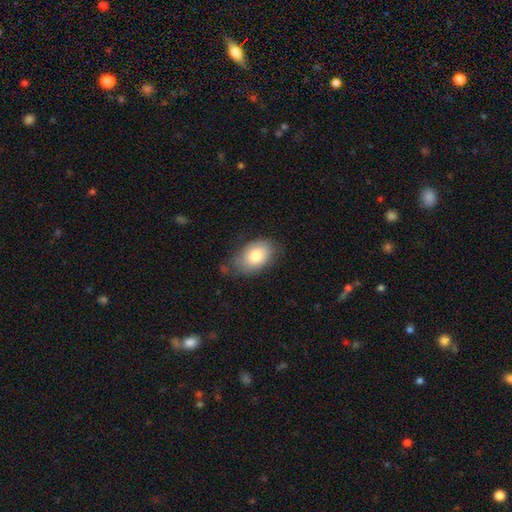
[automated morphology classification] Overall: smooth (79%). How rounded: in between (87%). Merging: none (61%; minor disturbance 29%).